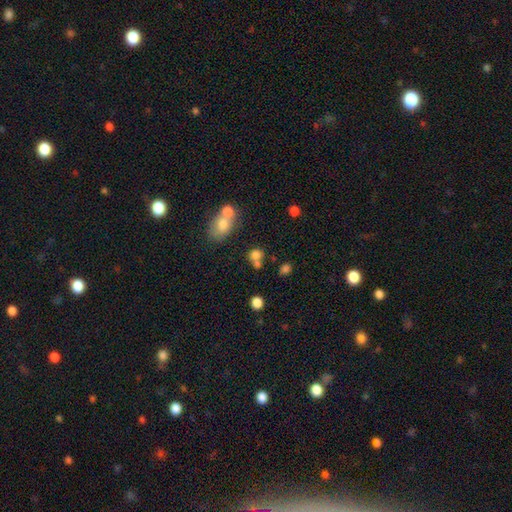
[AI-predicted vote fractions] Smooth or featured? Predicted: smooth (p=0.74). How rounded? Predicted: round (p=0.71). Merging? Predicted: merger (p=0.43).